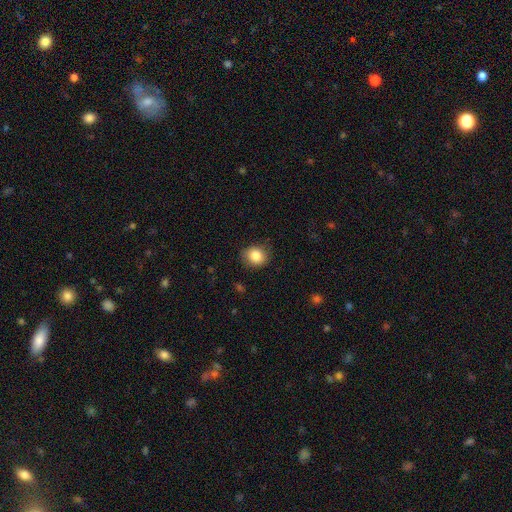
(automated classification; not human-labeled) A smooth galaxy with no disk features (85%) that is round (75%).

Vote fractions:
- Smooth or featured? smooth: 85% / star or artifact: 9% / featured or disk: 6%
- How rounded? round: 75% / in between: 24% / cigar-shaped: 1%
- Merging? none: 82% / minor disturbance: 14% / major disturbance: 3% / merger: 1%